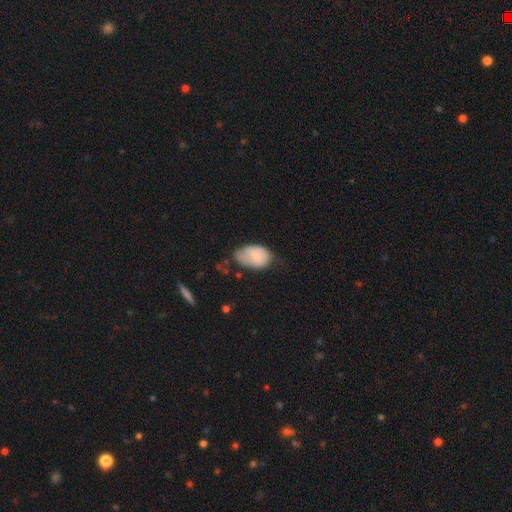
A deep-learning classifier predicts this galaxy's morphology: A smooth galaxy with no disk features (67%) that is in between round and cigar-shaped (90%).

Vote fractions:
- Smooth or featured? smooth: 67% / featured or disk: 26% / star or artifact: 7%
- How rounded? in between: 90% / round: 9% / cigar-shaped: 1%
- Merging? minor disturbance: 43% / none: 39% / major disturbance: 15% / merger: 3%